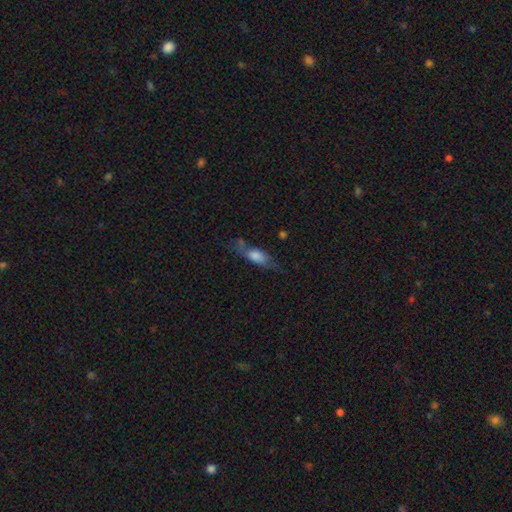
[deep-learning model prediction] A smooth galaxy with no disk features (61%) that is in between round and cigar-shaped (58%).

Vote fractions:
- Smooth or featured? smooth: 61% / featured or disk: 31% / star or artifact: 8%
- How rounded? in between: 58% / cigar-shaped: 38% / round: 4%
- Merging? none: 52% / minor disturbance: 28% / major disturbance: 15% / merger: 5%